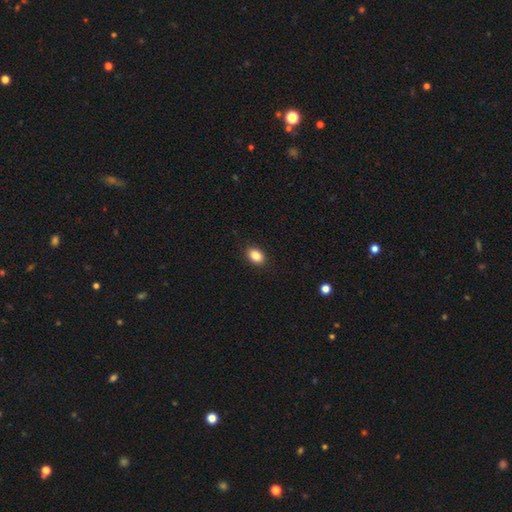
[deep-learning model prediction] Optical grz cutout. It shows a smooth galaxy with no disk features (87%) that is in between round and cigar-shaped (81%). Merging: none (89%).